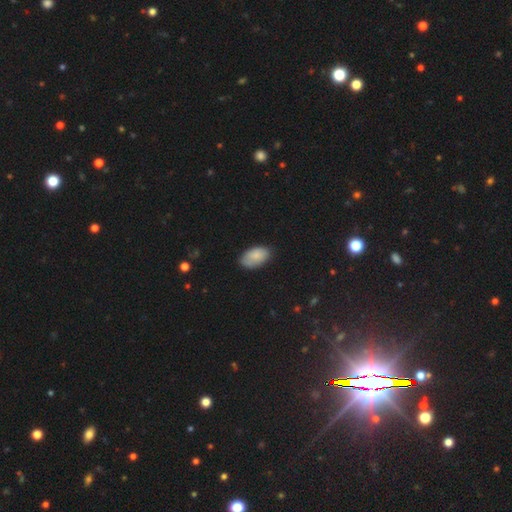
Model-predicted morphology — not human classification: Smooth or featured: smooth — 81% (featured or disk — 12%)
How rounded: in between — 94% (round — 4%)
Merging: none — 73% (minor disturbance — 22%)